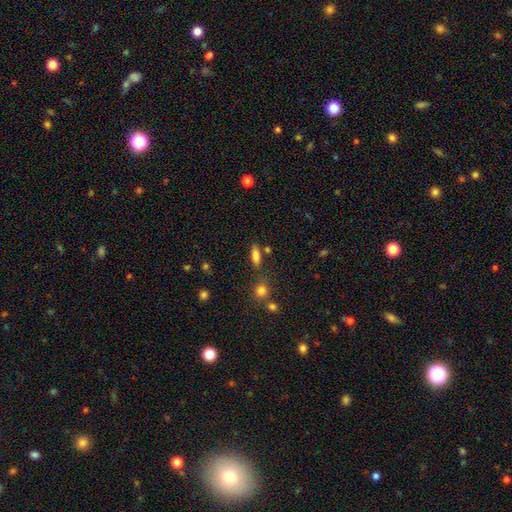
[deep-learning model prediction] Smooth or featured? smooth (80%)
How rounded? in between (65%)
Merging? none (72%)